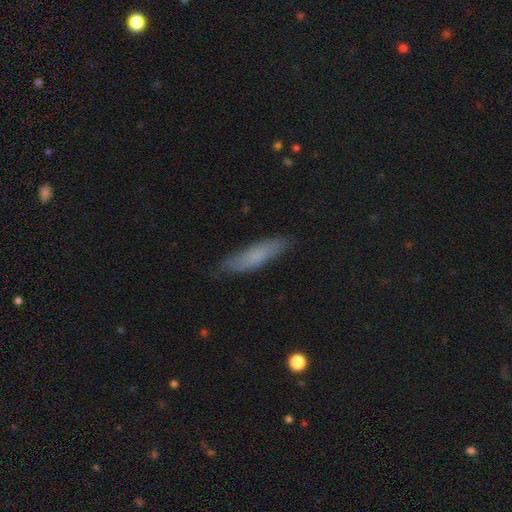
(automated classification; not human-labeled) The model was most divided on "how rounded": cigar-shaped: 76%, in between: 22%, round: 2%. More confident: merging — none (83%); smooth or featured — smooth (74%).